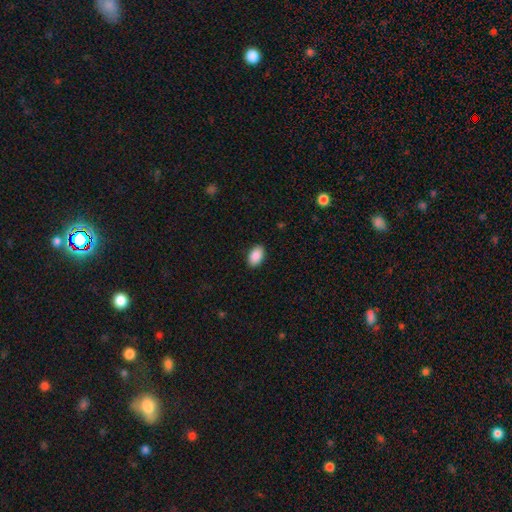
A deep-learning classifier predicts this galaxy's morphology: Smooth or featured? smooth (90%)
How rounded? in between (93%)
Merging? none (89%)